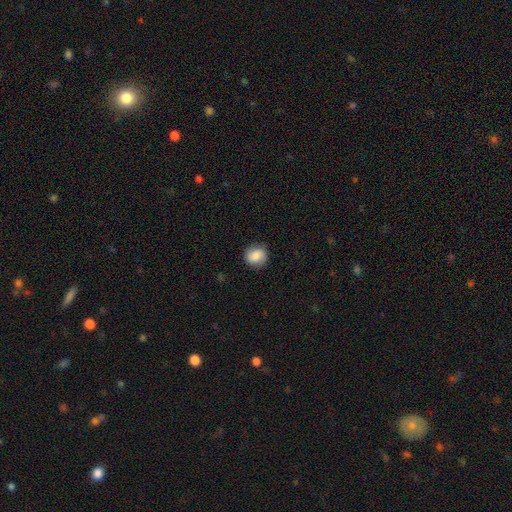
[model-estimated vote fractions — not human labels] The model was most divided on "how rounded": round: 81%, in between: 18%, cigar-shaped: 1%. More confident: merging — none (85%); smooth or featured — smooth (82%).